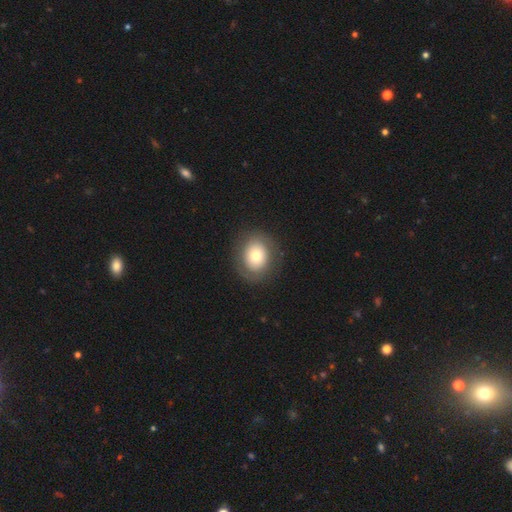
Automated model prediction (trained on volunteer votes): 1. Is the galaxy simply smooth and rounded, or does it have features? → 67% smooth, 24% featured or disk, 8% star or artifact.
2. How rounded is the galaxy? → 65% round, 34% in between, 1% cigar-shaped.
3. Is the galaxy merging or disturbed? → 83% none, 10% minor disturbance, 5% major disturbance, 1% merger.